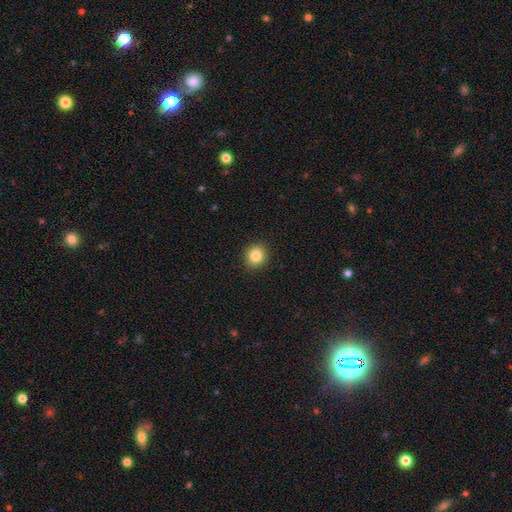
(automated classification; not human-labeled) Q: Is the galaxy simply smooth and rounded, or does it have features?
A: smooth — 84%.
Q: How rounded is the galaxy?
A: round — 85%.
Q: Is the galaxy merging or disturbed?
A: none — 91%.